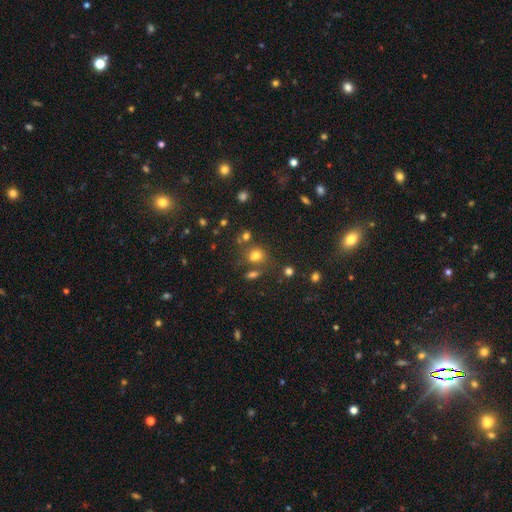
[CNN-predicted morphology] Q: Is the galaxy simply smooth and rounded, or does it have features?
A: smooth — 72%.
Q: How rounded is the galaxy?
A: round — 63%.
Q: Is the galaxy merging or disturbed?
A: none — 62%.